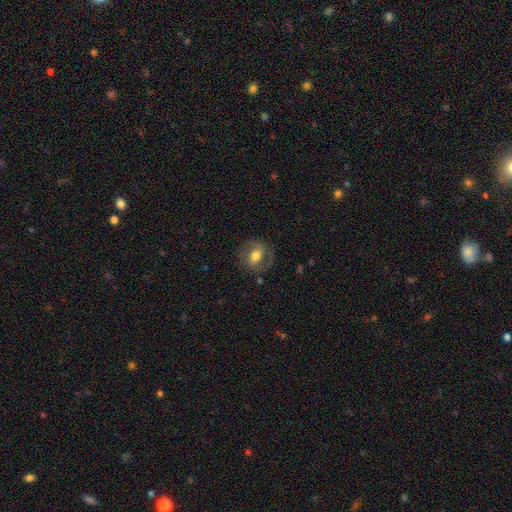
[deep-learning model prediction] Smooth or featured? Predicted: featured or disk (p=0.50). Edge-on disk? Predicted: no (p=0.94). Merging? Predicted: none (p=0.77).